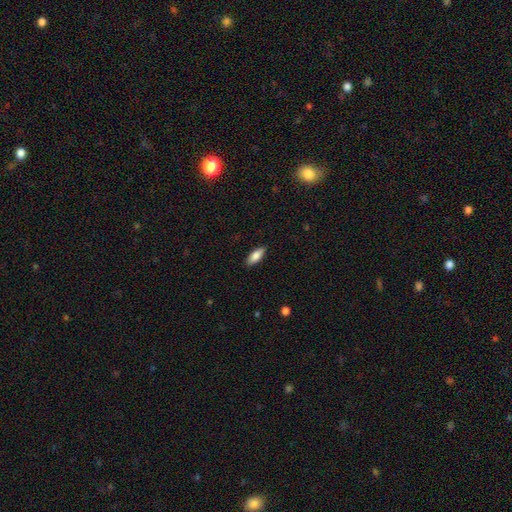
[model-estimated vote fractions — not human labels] A smooth galaxy with no disk features (83%) that is in between round and cigar-shaped (75%). Merging: none (88%).